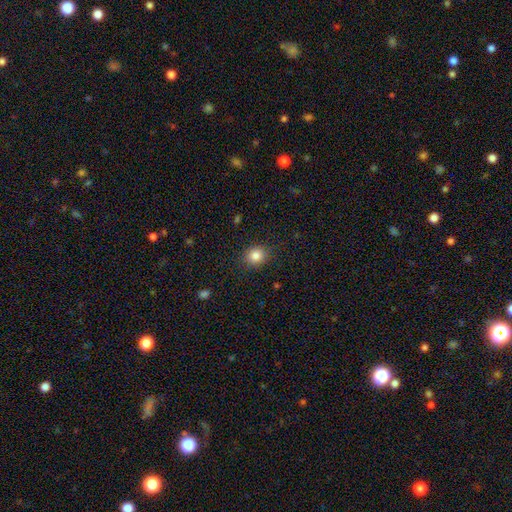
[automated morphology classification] Smooth or featured: smooth — 84% (star or artifact — 10%)
How rounded: round — 75% (in between — 24%)
Merging: none — 88% (minor disturbance — 8%)